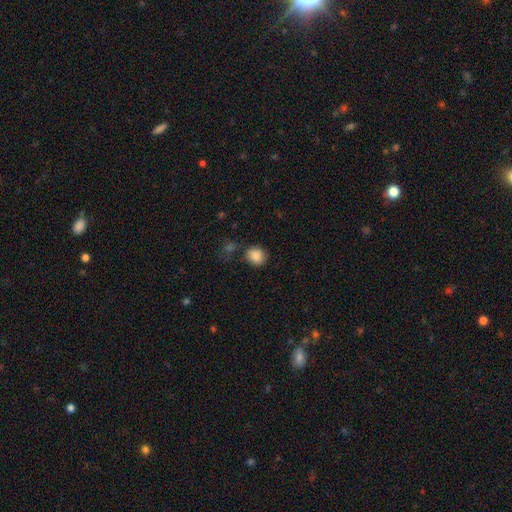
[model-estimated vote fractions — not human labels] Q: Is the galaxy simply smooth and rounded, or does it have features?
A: smooth — 87%.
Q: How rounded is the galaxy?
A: round — 80%.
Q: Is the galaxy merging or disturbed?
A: none — 76%.